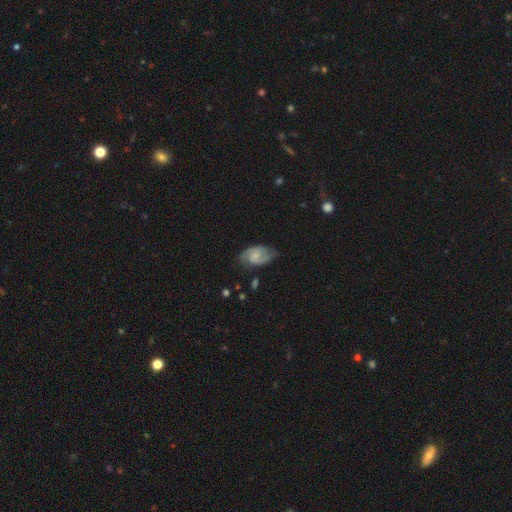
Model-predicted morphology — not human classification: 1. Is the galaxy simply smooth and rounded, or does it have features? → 76% featured or disk, 18% smooth, 6% star or artifact.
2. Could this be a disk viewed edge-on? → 97% no, 3% yes.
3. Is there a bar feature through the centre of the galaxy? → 49% weak, 42% no, 9% strong.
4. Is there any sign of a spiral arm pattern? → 95% yes, 5% no.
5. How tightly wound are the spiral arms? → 50% medium, 31% tight, 19% loose.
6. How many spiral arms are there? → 88% 2, 6% can't tell, 2% 1, 2% 3, 1% 4, 1% more than 4.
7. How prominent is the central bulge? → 53% small, 23% moderate, 21% none, 2% large, 1% dominant.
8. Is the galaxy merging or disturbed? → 73% none, 19% minor disturbance, 6% major disturbance, 2% merger.